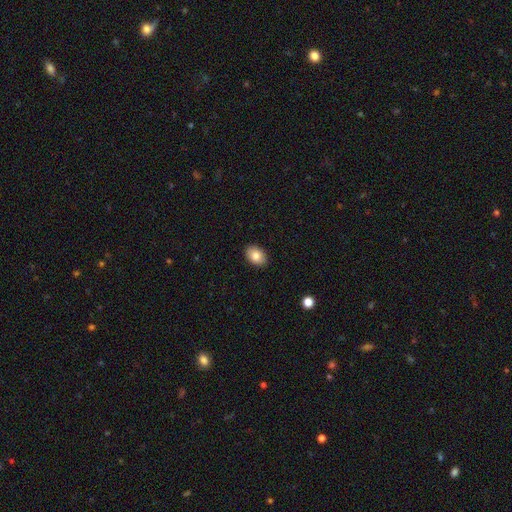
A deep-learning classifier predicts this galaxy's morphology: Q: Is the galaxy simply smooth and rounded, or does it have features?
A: smooth — 83%.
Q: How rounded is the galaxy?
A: in between — 82%.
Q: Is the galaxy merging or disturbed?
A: none — 90%.